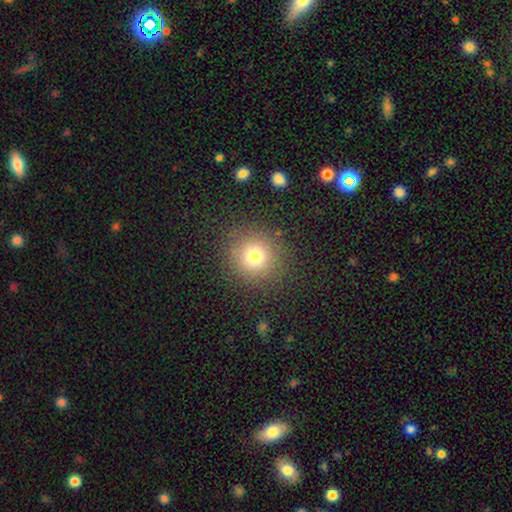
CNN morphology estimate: This appears to be a smooth galaxy with no disk features (74%) that is round (93%). Merging: none (87%).